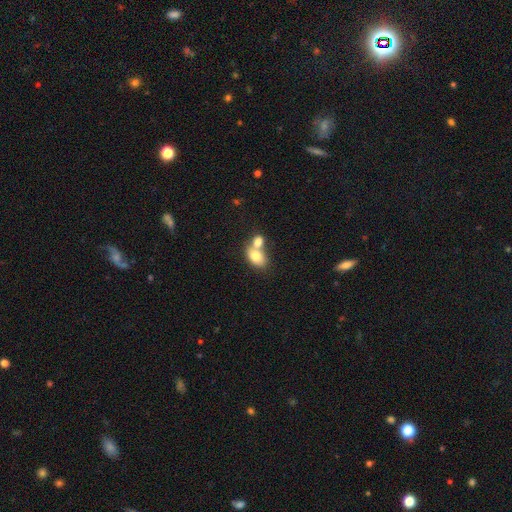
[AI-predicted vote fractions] A smooth galaxy with no disk features (76%) that is in between round and cigar-shaped (79%).

Vote fractions:
- Smooth or featured? smooth: 76% / featured or disk: 16% / star or artifact: 8%
- How rounded? in between: 79% / round: 19% / cigar-shaped: 2%
- Merging? merger: 64% / none: 25% / minor disturbance: 7% / major disturbance: 3%